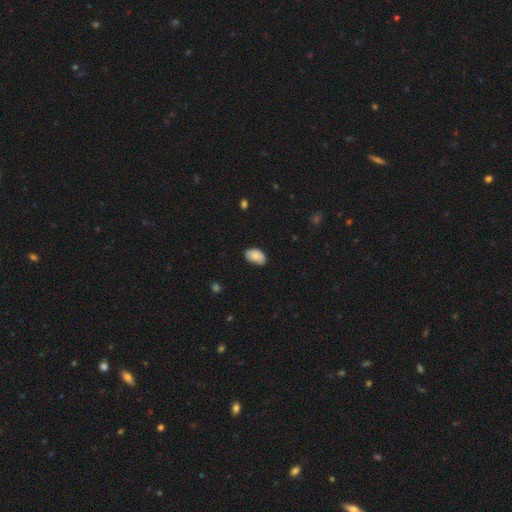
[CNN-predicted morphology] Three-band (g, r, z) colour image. It shows a smooth galaxy with no disk features (84%) that is in between round and cigar-shaped (92%). Merging: none (73%).